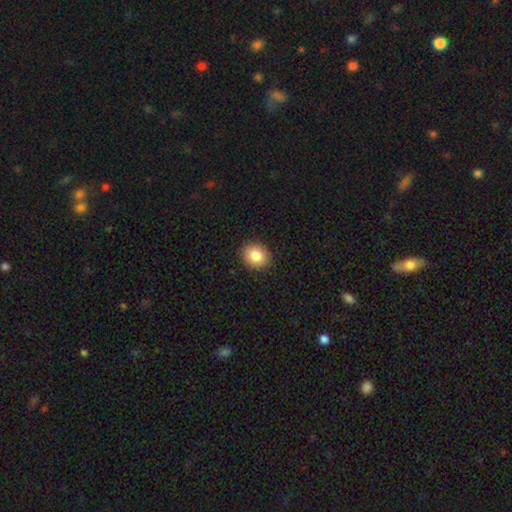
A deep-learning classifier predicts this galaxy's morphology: smooth-or-featured: smooth: 84% | star or artifact: 9% | featured or disk: 7%
  how-rounded: round: 74% | in between: 26% | cigar-shaped: 1%
  merging: none: 91% | minor disturbance: 6% | major disturbance: 2% | merger: 1%